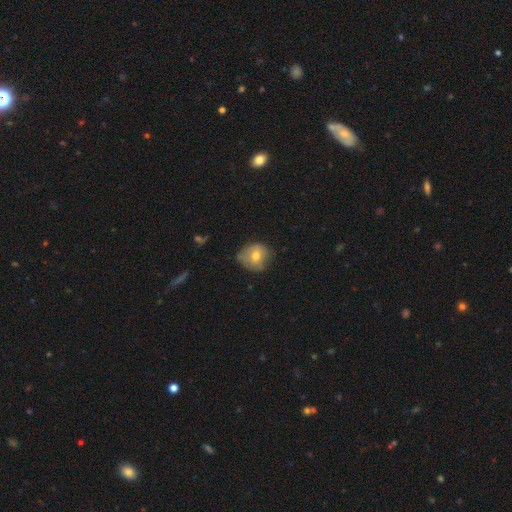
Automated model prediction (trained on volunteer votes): Morphology: type=smooth (66%); roundness=round (73%); merging=none (57%).